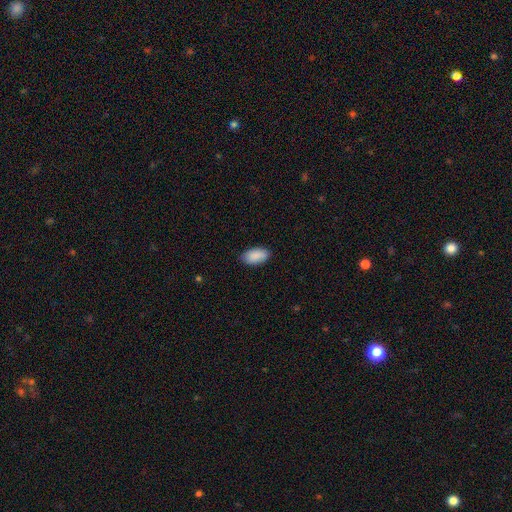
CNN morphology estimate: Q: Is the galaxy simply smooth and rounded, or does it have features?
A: smooth — 90%.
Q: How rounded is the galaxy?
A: in between — 95%.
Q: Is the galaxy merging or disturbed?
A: none — 86%.